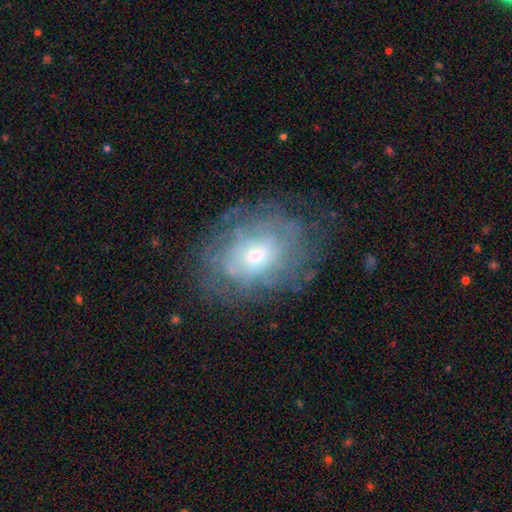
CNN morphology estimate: This appears to be a featured or disk galaxy (59%) with no bar (78%), spiral arms (56%) and a small central bulge (54%). Merging: none (67%).